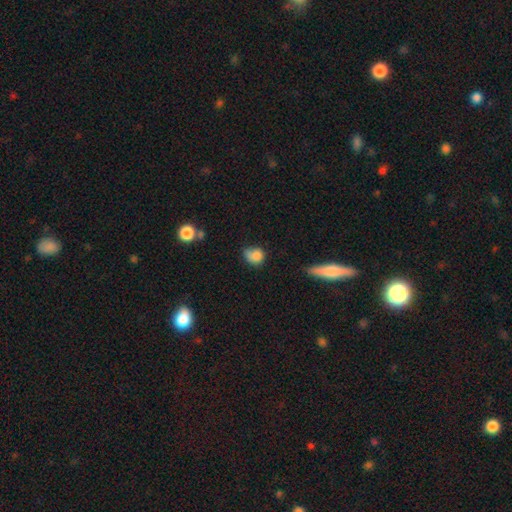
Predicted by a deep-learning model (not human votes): A smooth galaxy with no disk features (80%) that is round (58%). Merging: none (40%).